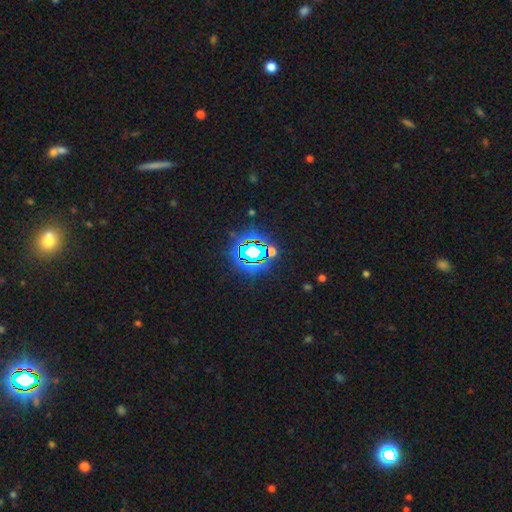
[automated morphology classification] Smooth or featured? star or artifact (73%)